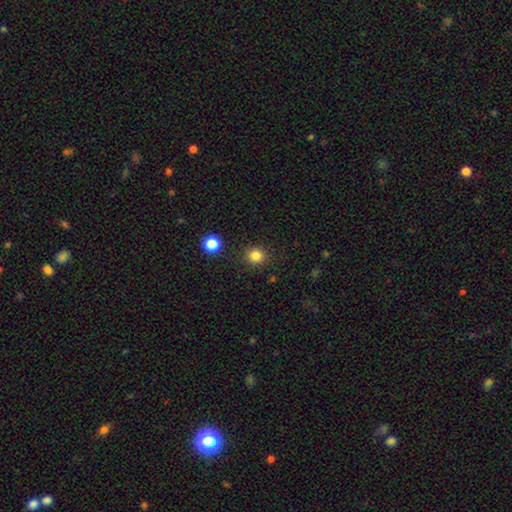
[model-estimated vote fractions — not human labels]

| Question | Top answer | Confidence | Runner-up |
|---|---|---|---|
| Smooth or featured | smooth | 83% | star or artifact (13%) |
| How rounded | round | 89% | in between (10%) |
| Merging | none | 88% | minor disturbance (7%) |